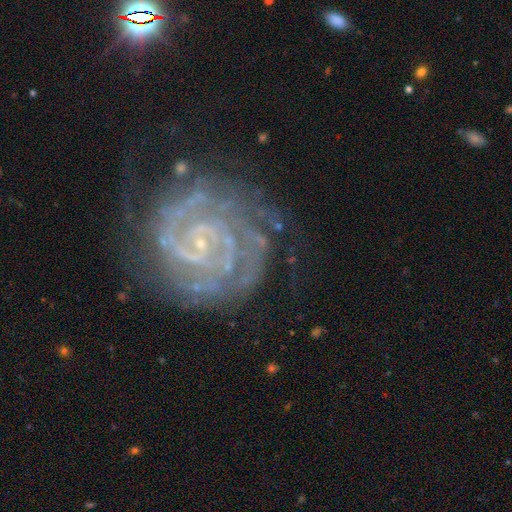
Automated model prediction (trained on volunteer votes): smooth_or_featured: featured or disk (p=0.90) [alt: star or artifact p=0.06]
disk_edge_on: no (p=0.98) [alt: yes p=0.02]
bar: no (p=0.51) [alt: weak p=0.34]
has_spiral_arms: yes (p=0.98) [alt: no p=0.02]
spiral_winding: tight (p=0.79) [alt: medium p=0.19]
spiral_arm_count: 2 (p=0.41) [alt: 3 p=0.19]
bulge_size: small (p=0.81) [alt: none p=0.11]
merging: none (p=0.75) [alt: minor disturbance p=0.16]